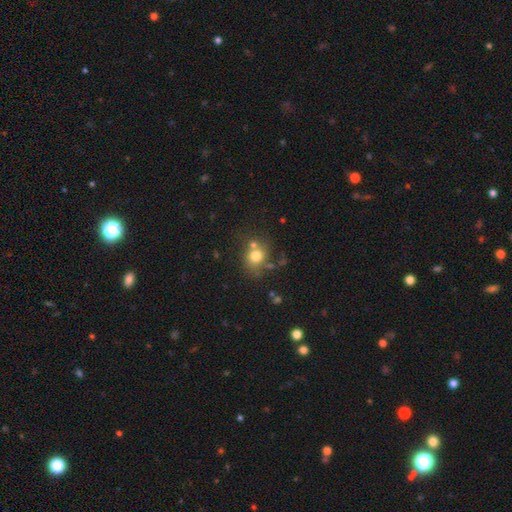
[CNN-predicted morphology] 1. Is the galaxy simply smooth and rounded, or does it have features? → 74% smooth, 14% star or artifact, 12% featured or disk.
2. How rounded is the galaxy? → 76% round, 23% in between, 1% cigar-shaped.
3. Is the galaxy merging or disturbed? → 58% none, 23% merger, 13% minor disturbance, 6% major disturbance.